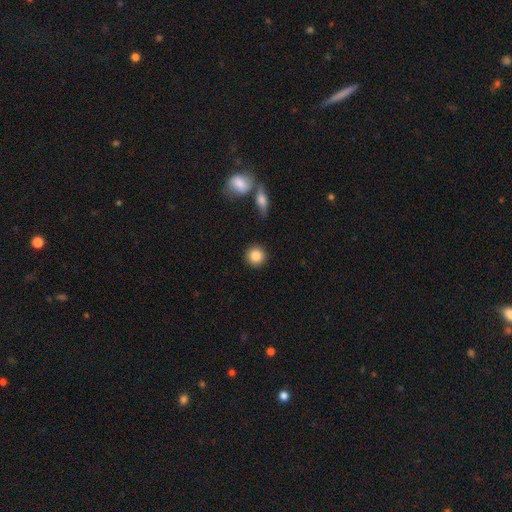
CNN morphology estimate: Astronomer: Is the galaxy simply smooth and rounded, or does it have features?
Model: smooth — 85%.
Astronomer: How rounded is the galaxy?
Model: round — 93%.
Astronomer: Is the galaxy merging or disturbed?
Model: none — 89%.